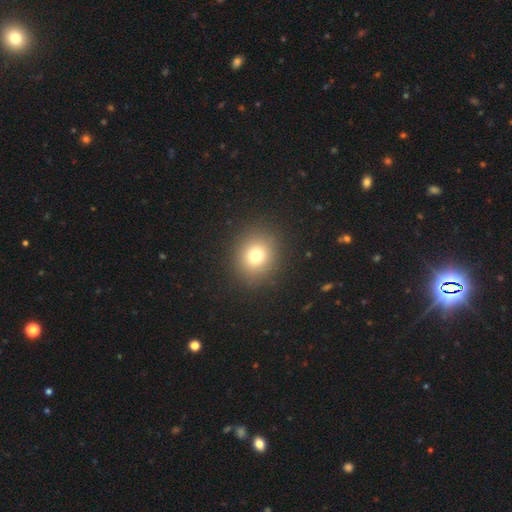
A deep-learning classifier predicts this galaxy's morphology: This appears to be a smooth galaxy with no disk features (76%) that is round (78%). Merging: none (90%).